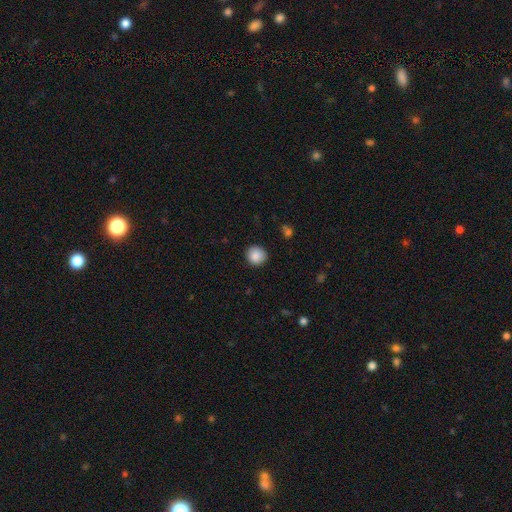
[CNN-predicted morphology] This appears to be a smooth galaxy with no disk features (88%) that is round (91%). Merging: none (90%).